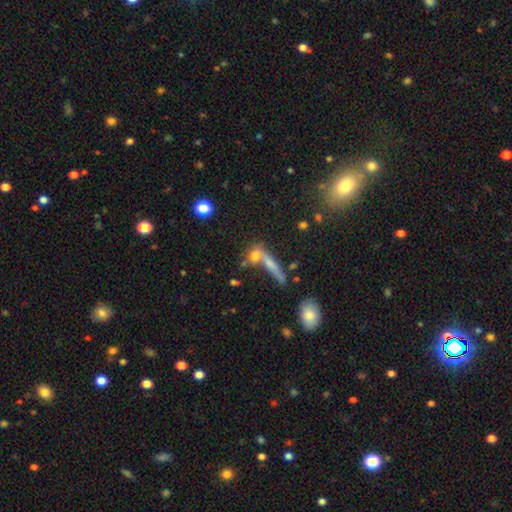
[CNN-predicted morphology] smooth 66%, featured or disk 20%, star or artifact 14%. Down the decision tree: how rounded — cigar-shaped (36%); merging — none (47%).